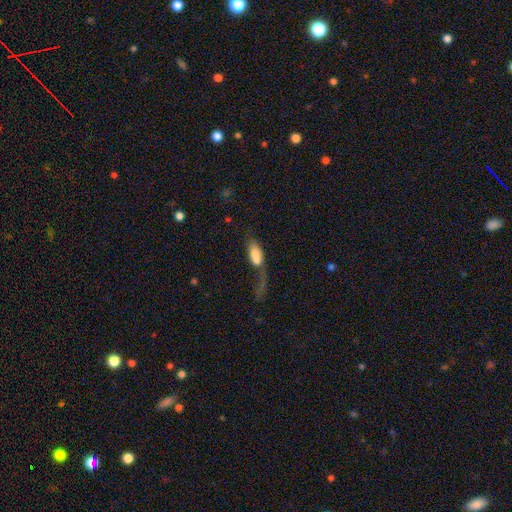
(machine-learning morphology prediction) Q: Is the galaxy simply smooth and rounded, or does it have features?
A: smooth — 71%.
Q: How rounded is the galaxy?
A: in between — 83%.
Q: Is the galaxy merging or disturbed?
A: major disturbance — 37%.